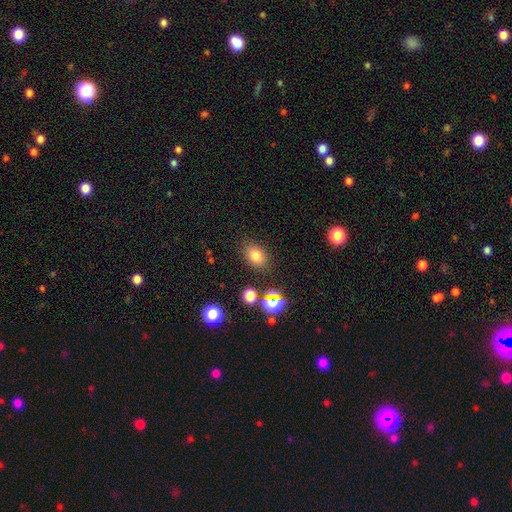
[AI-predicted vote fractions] A smooth galaxy with no disk features (76%) that is in between round and cigar-shaped (71%).

Vote fractions:
- Smooth or featured? smooth: 76% / star or artifact: 16% / featured or disk: 8%
- How rounded? in between: 71% / round: 27% / cigar-shaped: 1%
- Merging? none: 82% / minor disturbance: 11% / major disturbance: 4% / merger: 3%